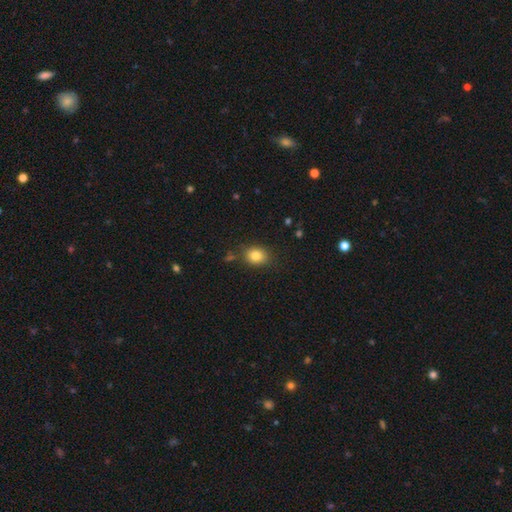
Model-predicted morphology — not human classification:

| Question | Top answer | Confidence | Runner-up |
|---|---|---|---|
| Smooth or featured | smooth | 83% | star or artifact (10%) |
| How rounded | in between | 55% | round (44%) |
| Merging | none | 80% | minor disturbance (13%) |